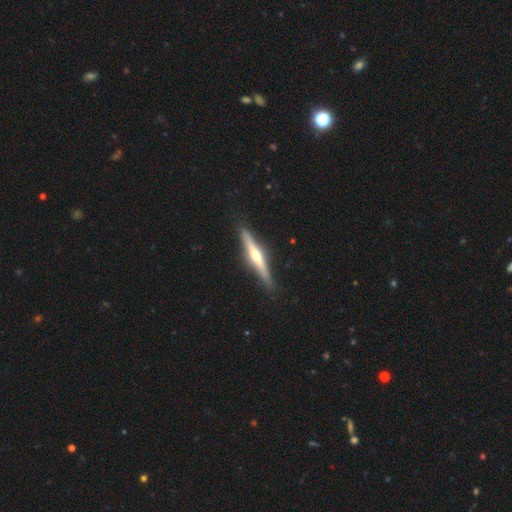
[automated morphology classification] The model was most divided on "smooth or featured": featured or disk: 71%, smooth: 23%, star or artifact: 5%. More confident: edge-on disk — yes (97%); merging — none (89%); edge-on bulge — rounded (88%).